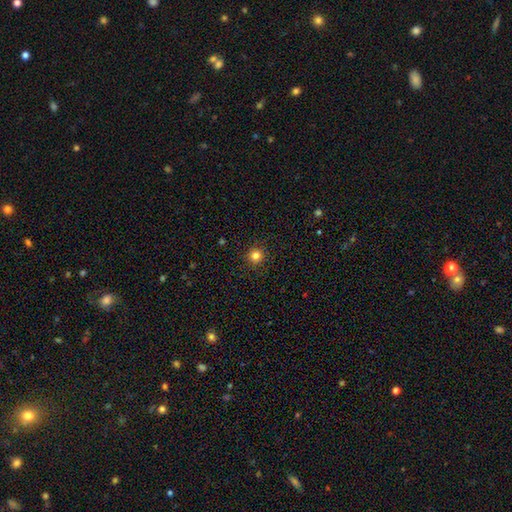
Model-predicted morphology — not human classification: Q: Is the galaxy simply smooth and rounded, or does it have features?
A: smooth — 83%.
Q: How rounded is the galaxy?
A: round — 95%.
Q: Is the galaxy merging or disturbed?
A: none — 92%.